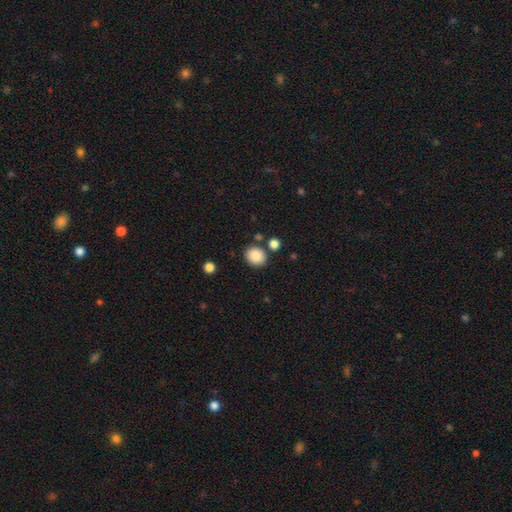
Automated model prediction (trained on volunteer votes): Smooth or featured?
  - smooth: 87% *
  - star or artifact: 9%
  - featured or disk: 4%
How rounded?
  - round: 69% *
  - in between: 31%
  - cigar-shaped: 1%
Merging?
  - none: 81% *
  - minor disturbance: 10%
  - merger: 7%
  - major disturbance: 3%